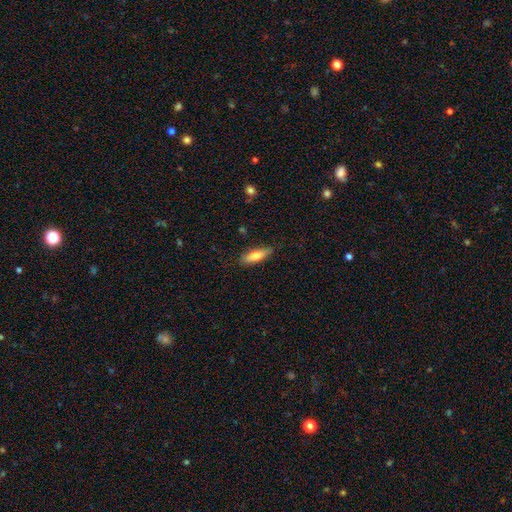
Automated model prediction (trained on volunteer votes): Q: Smooth or featured?
A: smooth (75%); runner-up: featured or disk (19%)
Q: How rounded?
A: in between (50%); runner-up: cigar-shaped (48%)
Q: Merging?
A: none (84%); runner-up: minor disturbance (13%)